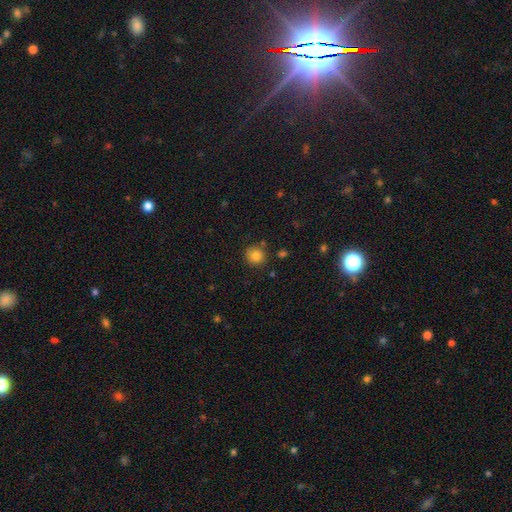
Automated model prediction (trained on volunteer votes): This appears to be a smooth galaxy with no disk features (82%) that is round (91%). Merging: none (84%).